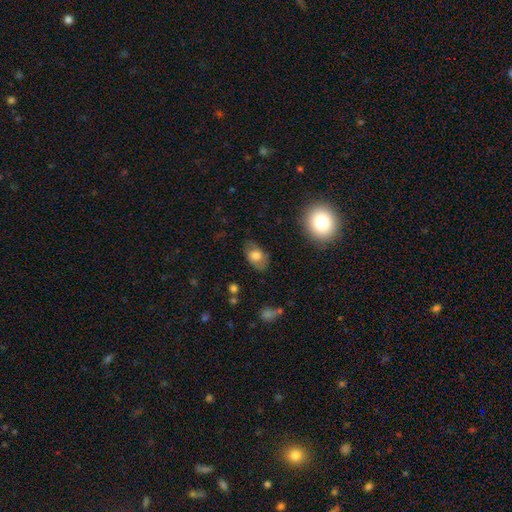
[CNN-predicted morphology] Smooth or featured? Predicted: smooth (p=0.70). How rounded? Predicted: in between (p=0.85). Merging? Predicted: none (p=0.70).